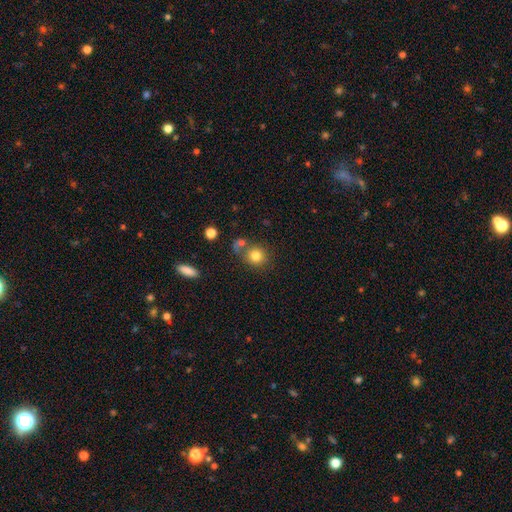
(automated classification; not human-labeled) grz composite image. It shows a smooth galaxy with no disk features (80%) that is round (81%). Merging: none (59%).